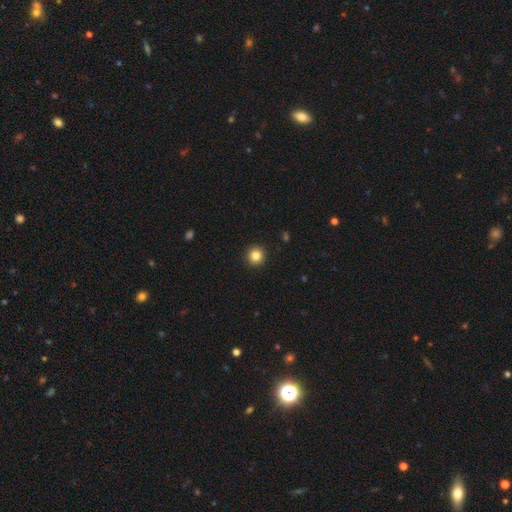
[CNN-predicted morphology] type=smooth (84%); roundness=round (95%); merging=none (93%).